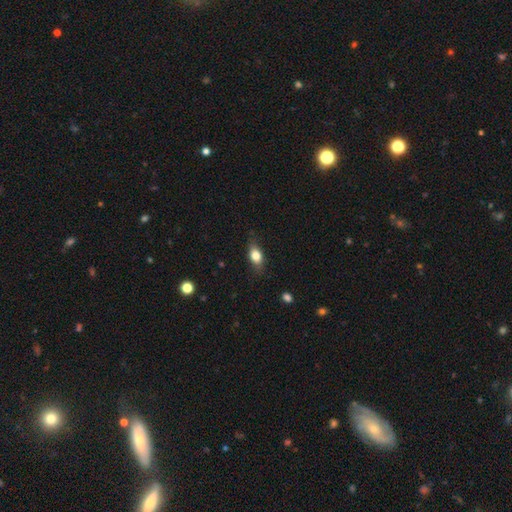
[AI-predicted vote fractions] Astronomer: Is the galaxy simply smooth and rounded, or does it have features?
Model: smooth — 76%.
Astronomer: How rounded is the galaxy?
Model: in between — 79%.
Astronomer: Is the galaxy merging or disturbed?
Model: none — 76%.